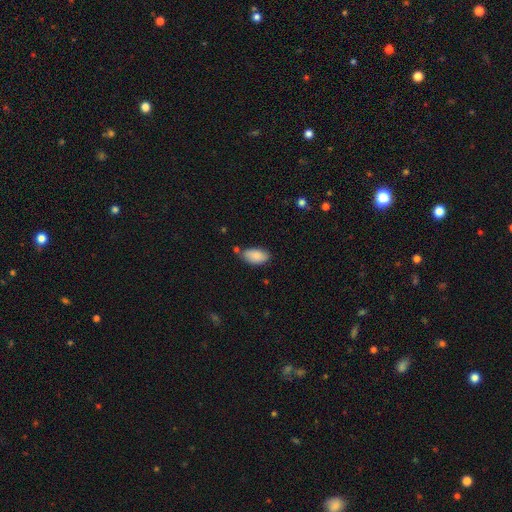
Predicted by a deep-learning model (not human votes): Smooth or featured? smooth (88%)
How rounded? in between (94%)
Merging? none (70%)